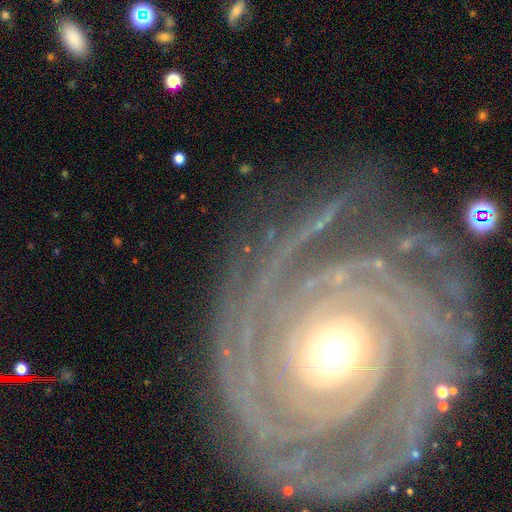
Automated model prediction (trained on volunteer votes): A featured or disk galaxy (91%) with no bar (75%), 3 (20%) tight (86%) spiral arms (98%) and a moderate central bulge (69%).

Vote fractions:
- Smooth or featured? featured or disk: 91% / star or artifact: 5% / smooth: 4%
- Edge-on disk? no: 97% / yes: 3%
- Bar? no: 75% / weak: 14% / strong: 11%
- Spiral arms? yes: 98% / no: 2%
- Spiral winding? tight: 86% / medium: 12% / loose: 2%
- Spiral arm count? 3: 20% / can't tell: 18% / more than 4: 18% / 4: 17% / 2: 17% / 1: 10%
- Bulge size? moderate: 69% / small: 20% / large: 8% / dominant: 1% / none: 1%
- Merging? none: 77% / minor disturbance: 14% / major disturbance: 7% / merger: 2%